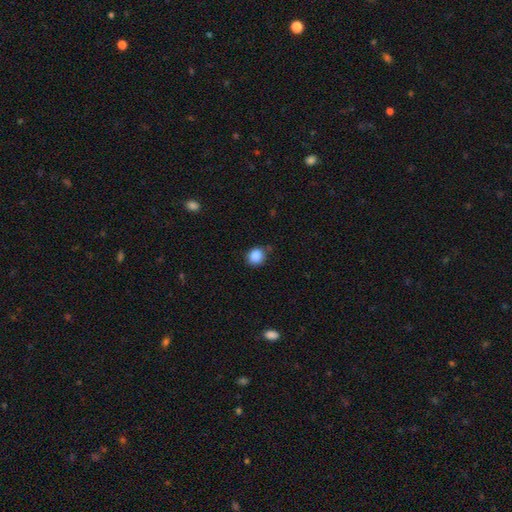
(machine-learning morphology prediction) Smooth or featured? smooth (88%)
How rounded? round (79%)
Merging? none (75%)